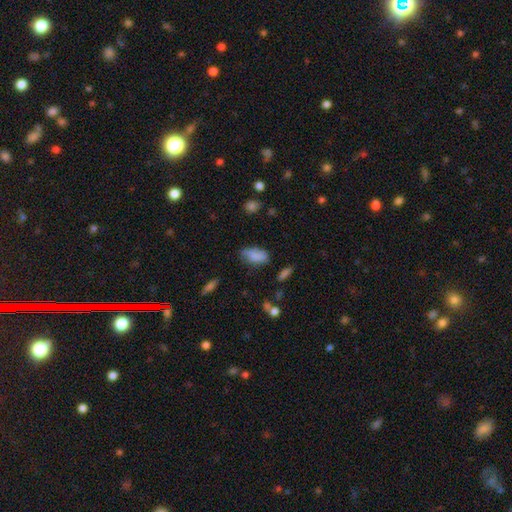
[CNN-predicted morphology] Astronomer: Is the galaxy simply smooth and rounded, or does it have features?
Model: smooth — 79%.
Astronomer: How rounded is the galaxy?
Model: in between — 90%.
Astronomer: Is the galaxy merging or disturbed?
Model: none — 49% (runner-up: minor disturbance, 35%).